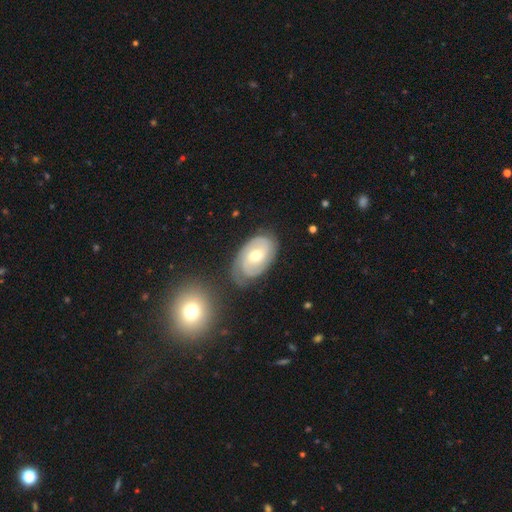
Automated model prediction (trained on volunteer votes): A featured or disk galaxy (73%) with no bar (56%), 2 (57%) tight (60%) spiral arms (90%) and a moderate central bulge (66%).

Vote fractions:
- Smooth or featured? featured or disk: 73% / smooth: 21% / star or artifact: 6%
- Edge-on disk? no: 95% / yes: 5%
- Bar? no: 56% / weak: 36% / strong: 8%
- Spiral arms? yes: 90% / no: 10%
- Spiral winding? tight: 60% / medium: 30% / loose: 10%
- Spiral arm count? 2: 57% / can't tell: 23% / 3: 9% / 1: 7% / 4: 2% / more than 4: 2%
- Bulge size? moderate: 66% / small: 30% / large: 3% / none: 1% / dominant: 1%
- Merging? none: 69% / minor disturbance: 21% / major disturbance: 7% / merger: 4%